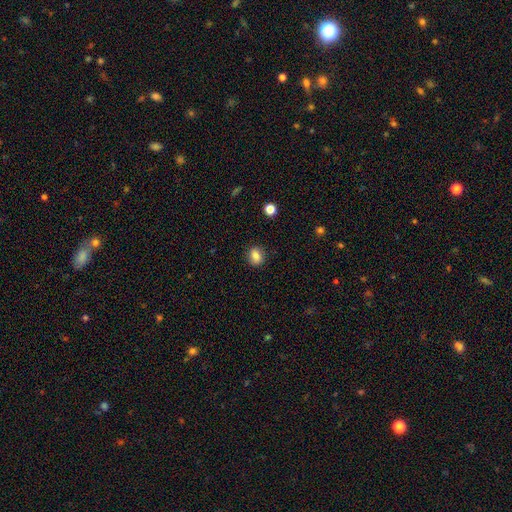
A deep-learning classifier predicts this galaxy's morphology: smooth 81%, star or artifact 10%, featured or disk 9%. Down the decision tree: how rounded — round (57%); merging — none (86%).